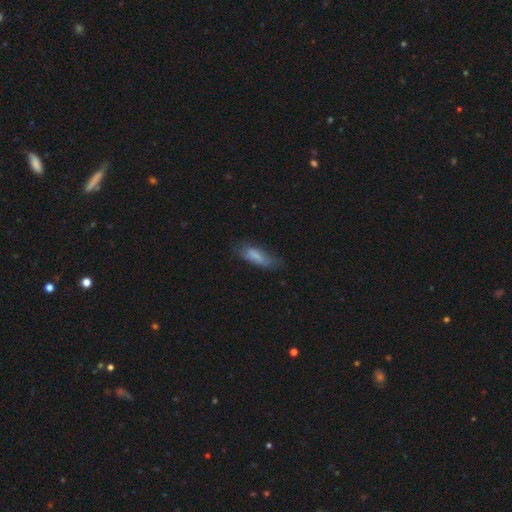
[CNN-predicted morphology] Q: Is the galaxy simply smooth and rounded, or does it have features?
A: smooth — 73%.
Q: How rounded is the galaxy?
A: in between — 59%.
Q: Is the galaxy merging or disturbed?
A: none — 53%.